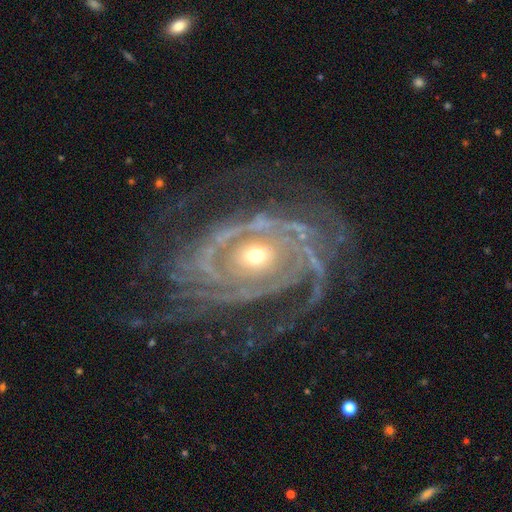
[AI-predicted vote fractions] Smooth or featured? Predicted: featured or disk (p=0.90). Edge-on disk? Predicted: no (p=0.97). Bar? Predicted: no (p=0.76). Spiral arms? Predicted: yes (p=0.96). Spiral winding? Predicted: tight (p=0.62). Spiral arm count? Predicted: can't tell (p=0.22). Bulge size? Predicted: small (p=0.50). Merging? Predicted: none (p=0.62).